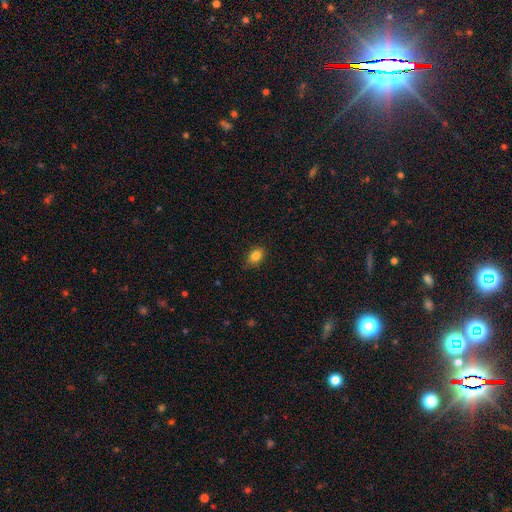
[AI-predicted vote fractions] Smooth or featured: smooth — 85% (star or artifact — 10%)
How rounded: in between — 69% (round — 30%)
Merging: none — 82% (minor disturbance — 14%)